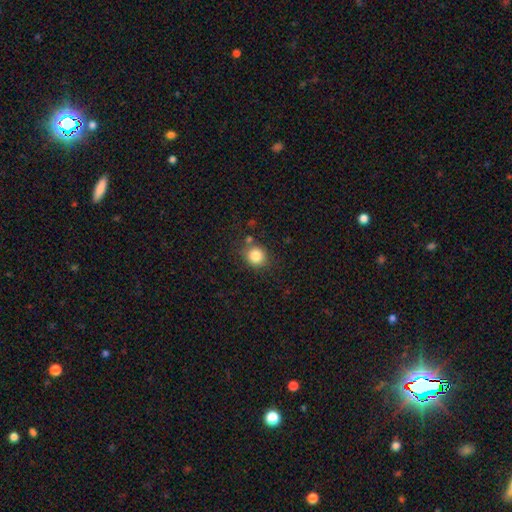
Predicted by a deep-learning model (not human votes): Q: Smooth or featured?
A: smooth (83%); runner-up: star or artifact (11%)
Q: How rounded?
A: round (84%); runner-up: in between (15%)
Q: Merging?
A: none (77%); runner-up: minor disturbance (13%)